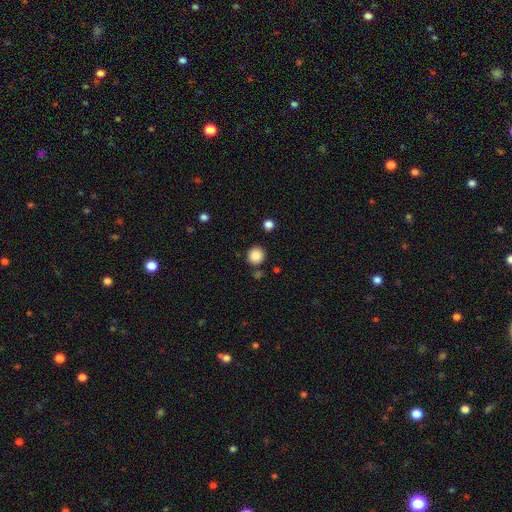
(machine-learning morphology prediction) A smooth galaxy with no disk features (88%) that is round (92%).

Vote fractions:
- Smooth or featured? smooth: 88% / star or artifact: 9% / featured or disk: 3%
- How rounded? round: 92% / in between: 7% / cigar-shaped: 1%
- Merging? none: 85% / minor disturbance: 8% / merger: 4% / major disturbance: 3%